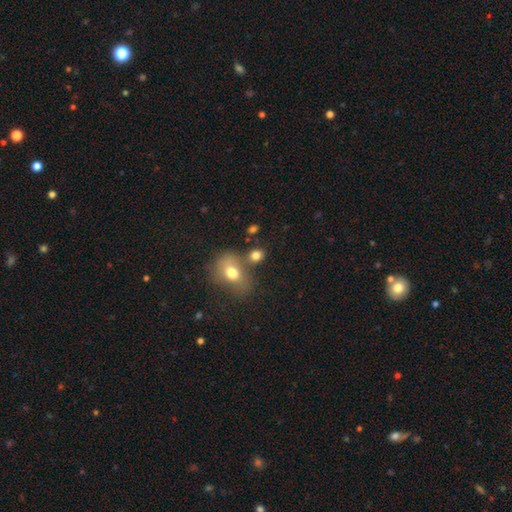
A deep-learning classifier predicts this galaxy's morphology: Smooth or featured?
  - smooth: 78% *
  - star or artifact: 11%
  - featured or disk: 11%
How rounded?
  - round: 52% *
  - in between: 46%
  - cigar-shaped: 2%
Merging?
  - none: 53% *
  - merger: 27%
  - minor disturbance: 13%
  - major disturbance: 6%